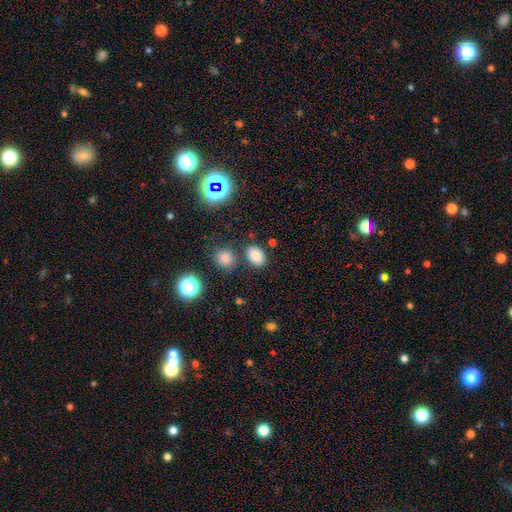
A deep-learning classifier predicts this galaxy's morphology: Smooth or featured: smooth — 81% (star or artifact — 13%)
How rounded: in between — 76% (round — 23%)
Merging: none — 78% (minor disturbance — 11%)